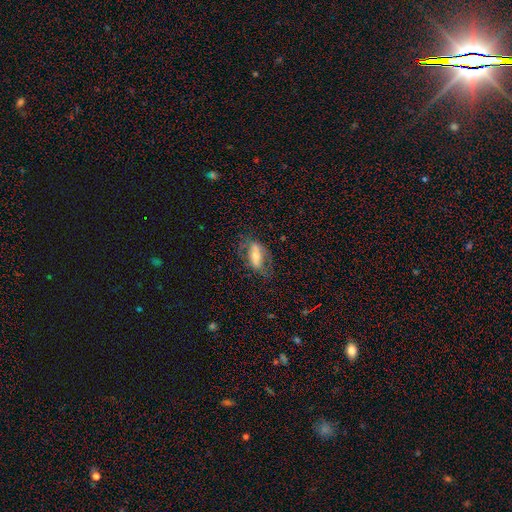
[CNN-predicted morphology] Smooth or featured? Predicted: featured or disk (p=0.49). Merging? Predicted: none (p=0.62).